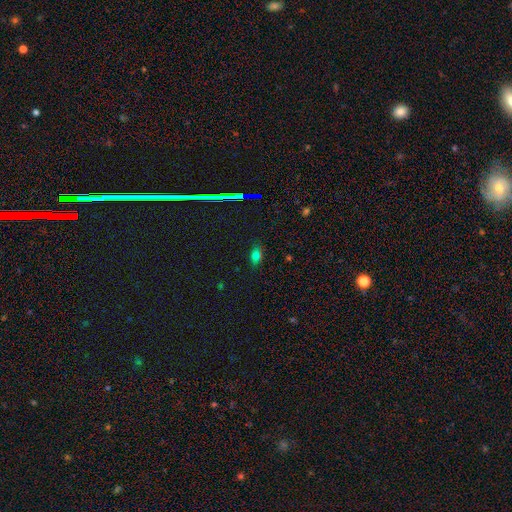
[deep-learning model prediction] This appears to be a smooth galaxy with no disk features (69%) that is in between round and cigar-shaped (82%). Merging: none (81%).